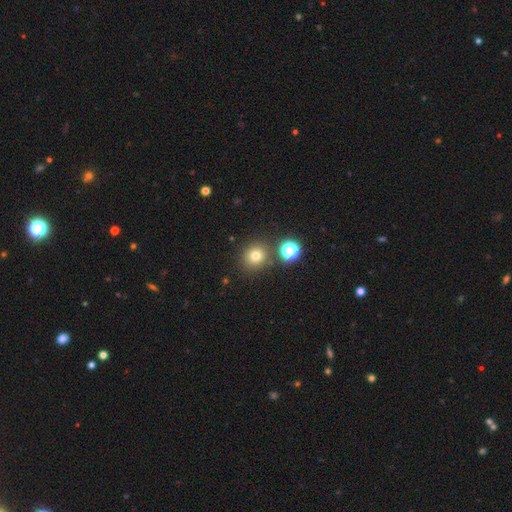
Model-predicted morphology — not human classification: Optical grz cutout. It shows a smooth galaxy with no disk features (75%) that is round (86%). Merging: none (81%).